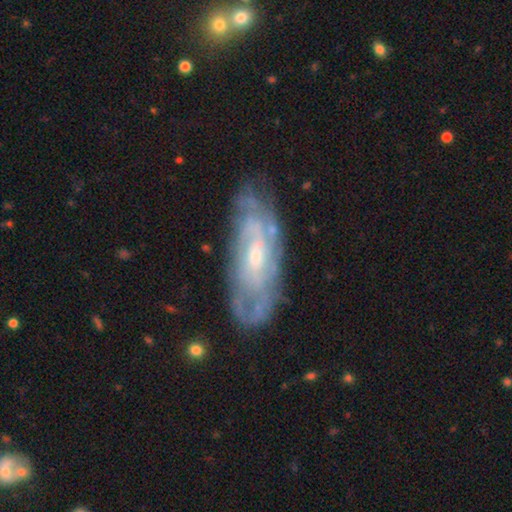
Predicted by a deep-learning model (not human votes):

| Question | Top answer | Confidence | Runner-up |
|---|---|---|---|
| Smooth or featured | featured or disk | 78% | smooth (15%) |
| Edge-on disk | no | 85% | yes (15%) |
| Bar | no | 56% | weak (36%) |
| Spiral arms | yes | 86% | no (14%) |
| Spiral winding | tight | 63% | medium (28%) |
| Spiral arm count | can't tell | 55% | 2 (20%) |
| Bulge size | small | 62% | moderate (33%) |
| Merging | none | 74% | minor disturbance (18%) |